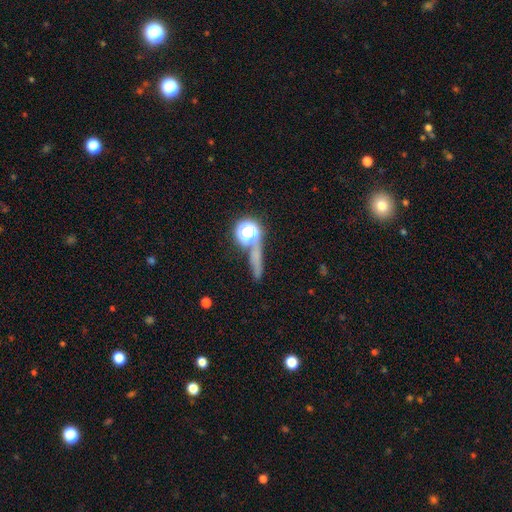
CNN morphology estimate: Q: Smooth or featured?
A: smooth (42%); runner-up: star or artifact (41%)
Q: Merging?
A: none (70%); runner-up: minor disturbance (12%)